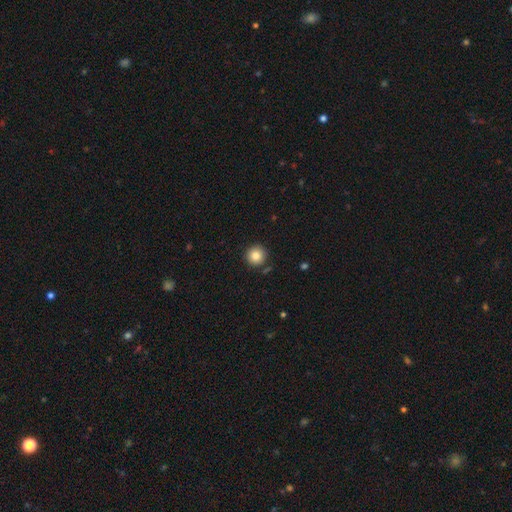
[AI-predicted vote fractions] This appears to be a smooth galaxy with no disk features (84%) that is round (95%). Merging: none (88%).